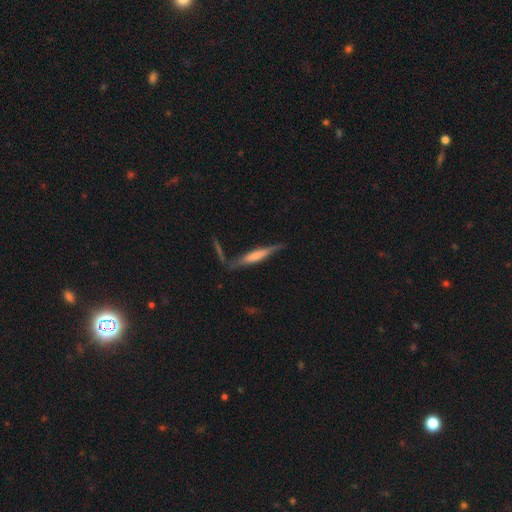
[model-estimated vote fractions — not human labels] Overall: smooth (49%; featured or disk 45%). Merging: none (66%).